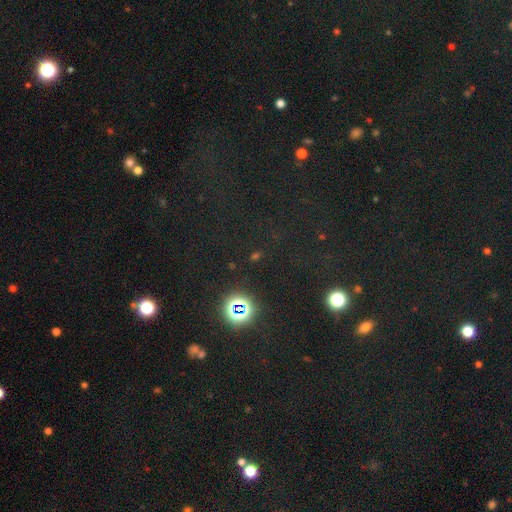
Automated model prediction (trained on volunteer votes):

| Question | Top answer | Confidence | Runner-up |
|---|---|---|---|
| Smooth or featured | star or artifact | 67% | smooth (24%) |